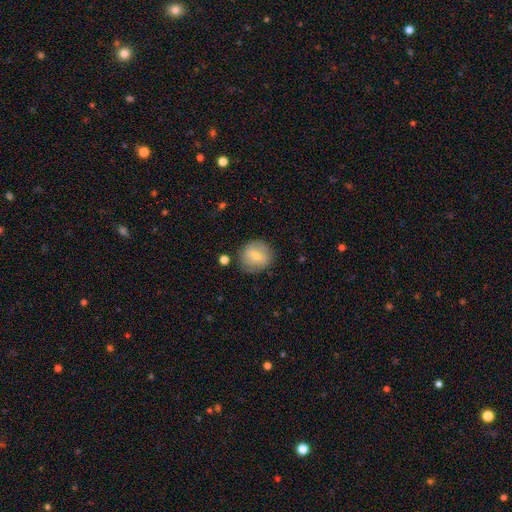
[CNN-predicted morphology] Overall: smooth (57%; featured or disk 36%). How rounded: round (82%). Merging: none (75%).